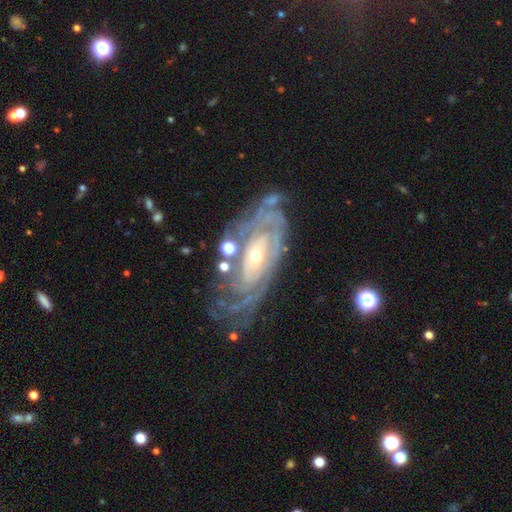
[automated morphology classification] smooth-or-featured: featured or disk: 88% | smooth: 6% | star or artifact: 6%
  disk-edge-on: no: 92% | yes: 8%
    bar: no: 64% | weak: 25% | strong: 11%
    has-spiral-arms: yes: 95% | no: 5%
      spiral-winding: tight: 80% | medium: 16% | loose: 4%
      spiral-arm-count: can't tell: 43% | 2: 15% | 4: 14% | 3: 13% | more than 4: 9% | 1: 5%
    bulge-size: small: 64% | moderate: 32% | large: 2% | none: 1% | dominant: 1%
  merging: none: 69% | minor disturbance: 19% | major disturbance: 8% | merger: 4%